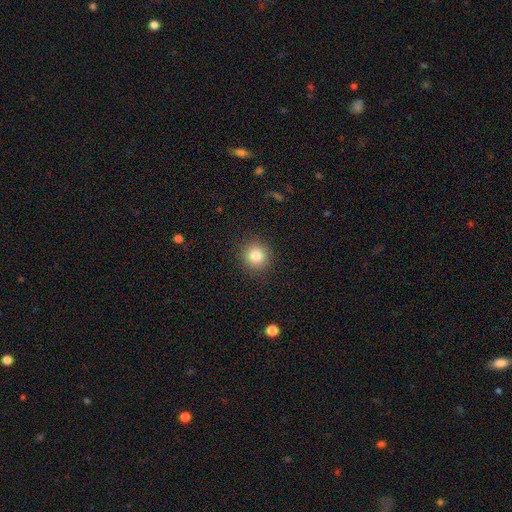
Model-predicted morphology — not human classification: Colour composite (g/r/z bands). It shows a smooth galaxy with no disk features (83%) that is round (92%). Merging: none (90%).